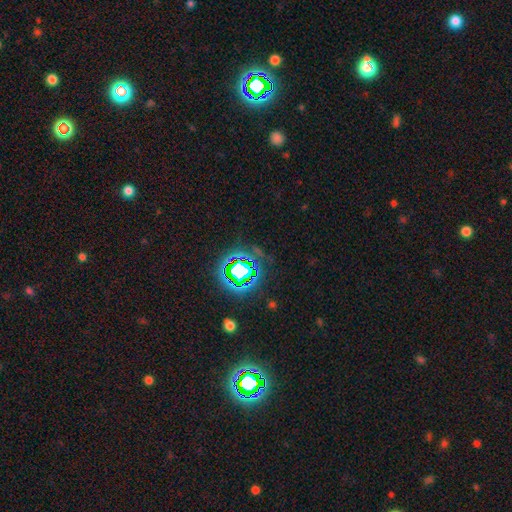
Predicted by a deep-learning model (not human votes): Smooth or featured? star or artifact (79%)